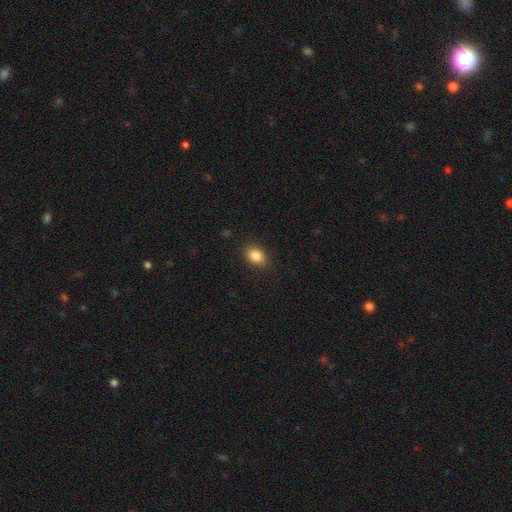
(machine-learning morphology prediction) smooth-or-featured: smooth: 86% | star or artifact: 9% | featured or disk: 5%
  how-rounded: in between: 73% | round: 26% | cigar-shaped: 1%
  merging: none: 88% | minor disturbance: 9% | major disturbance: 2% | merger: 1%